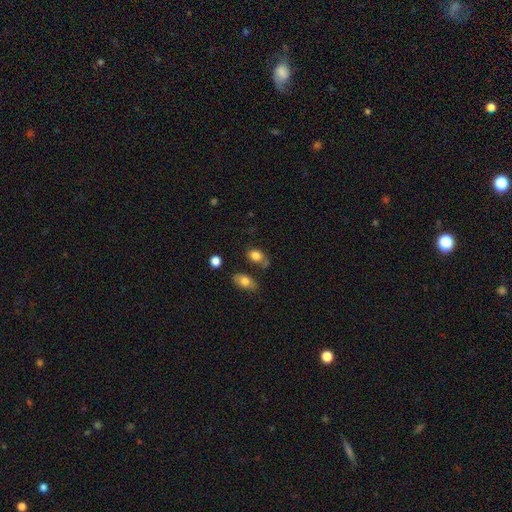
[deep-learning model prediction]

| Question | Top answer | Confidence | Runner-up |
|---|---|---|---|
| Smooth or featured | smooth | 83% | star or artifact (9%) |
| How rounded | in between | 68% | round (30%) |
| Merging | none | 61% | minor disturbance (18%) |